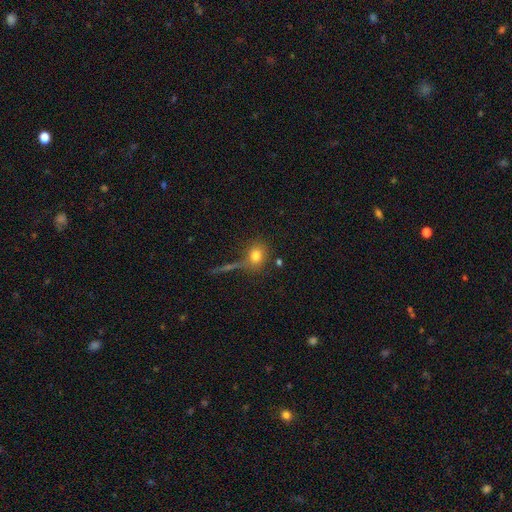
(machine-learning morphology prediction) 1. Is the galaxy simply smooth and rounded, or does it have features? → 77% smooth, 12% star or artifact, 11% featured or disk.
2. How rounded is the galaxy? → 63% round, 34% in between, 3% cigar-shaped.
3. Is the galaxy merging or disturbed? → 64% none, 14% minor disturbance, 14% merger, 8% major disturbance.